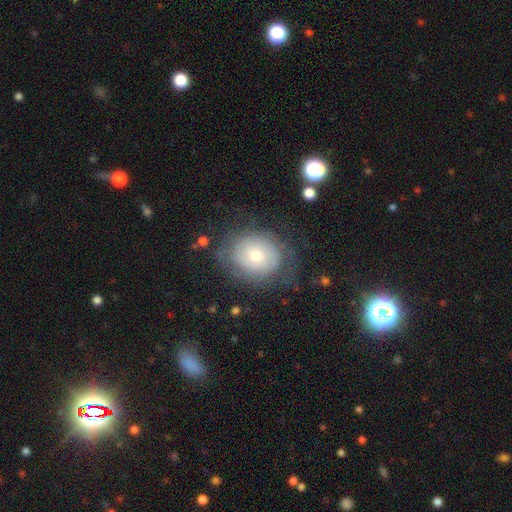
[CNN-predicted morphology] The model was most divided on "smooth or featured": featured or disk: 51%, smooth: 39%, star or artifact: 10%. More confident: edge-on disk — no (96%); merging — none (66%).